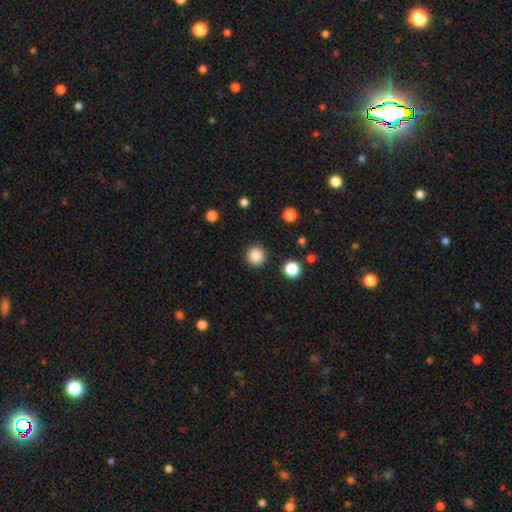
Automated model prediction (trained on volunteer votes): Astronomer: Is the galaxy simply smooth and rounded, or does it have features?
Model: smooth — 86%.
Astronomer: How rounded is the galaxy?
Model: round — 96%.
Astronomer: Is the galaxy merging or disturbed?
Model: none — 91%.